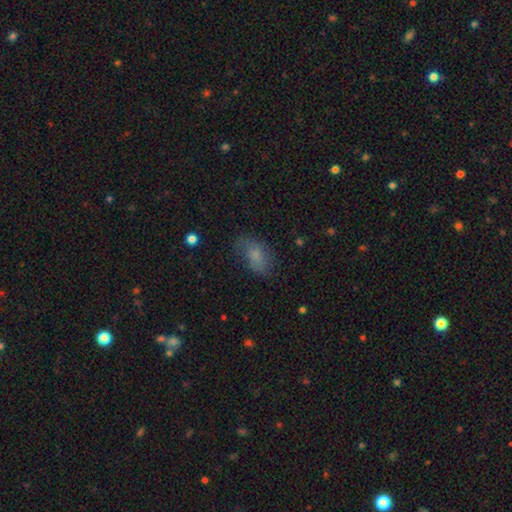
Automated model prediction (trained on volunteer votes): A smooth galaxy with no disk features (71%) that is in between round and cigar-shaped (90%).

Vote fractions:
- Smooth or featured? smooth: 71% / featured or disk: 19% / star or artifact: 11%
- How rounded? in between: 90% / round: 8% / cigar-shaped: 3%
- Merging? none: 60% / minor disturbance: 26% / major disturbance: 12% / merger: 2%